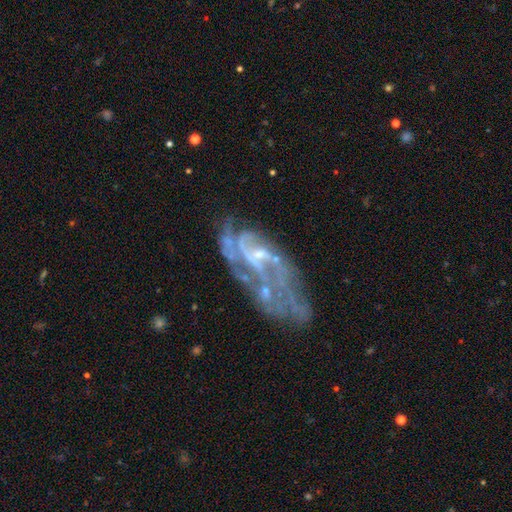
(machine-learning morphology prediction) This is clearly a featured or disk galaxy (80%). It is clearly not viewed edge-on (95%). Bar: possibly no (53%). Spiral arm pattern: likely yes (72%). Spiral arm count: marginally can't tell (39%). Spiral winding: marginally medium (41%). Central bulge: possibly small (60%). Merging: marginally none (37%).